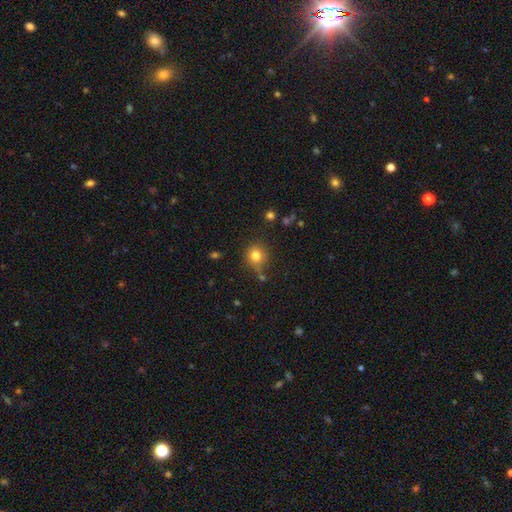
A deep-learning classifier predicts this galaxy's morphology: smooth 80%, star or artifact 13%, featured or disk 7%. Down the decision tree: how rounded — round (88%); merging — none (77%).